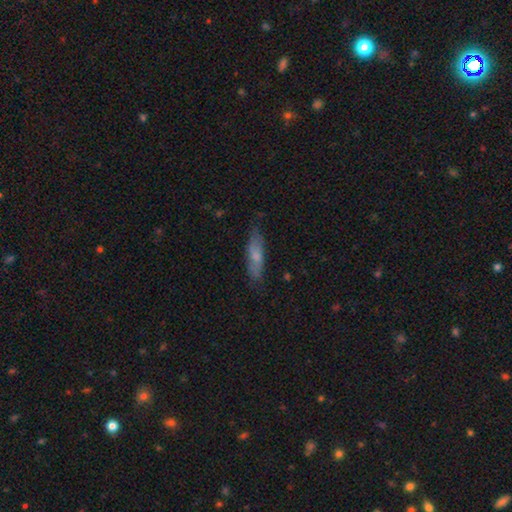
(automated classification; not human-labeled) Smooth or featured?
  - smooth: 65% *
  - featured or disk: 29%
  - star or artifact: 6%
How rounded?
  - cigar-shaped: 67% *
  - in between: 31%
  - round: 2%
Merging?
  - none: 75% *
  - minor disturbance: 19%
  - major disturbance: 4%
  - merger: 2%